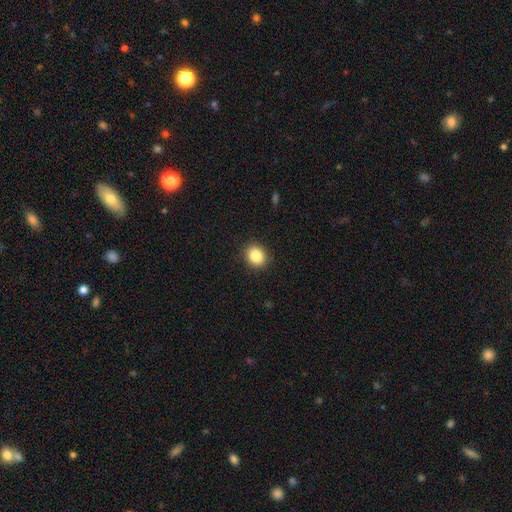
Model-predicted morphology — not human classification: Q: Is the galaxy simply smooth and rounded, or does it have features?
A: smooth — 87%.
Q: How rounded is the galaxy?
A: round — 65%.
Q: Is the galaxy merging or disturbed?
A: none — 89%.